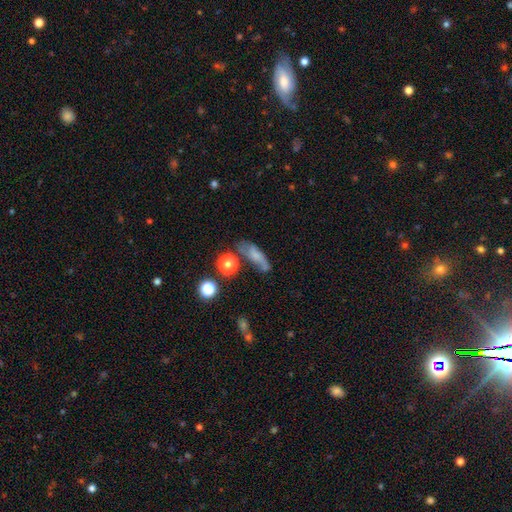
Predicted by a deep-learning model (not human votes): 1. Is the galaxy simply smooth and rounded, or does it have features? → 58% smooth, 28% featured or disk, 14% star or artifact.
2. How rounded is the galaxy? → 51% in between, 38% cigar-shaped, 11% round.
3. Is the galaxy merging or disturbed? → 43% none, 26% minor disturbance, 17% major disturbance, 13% merger.